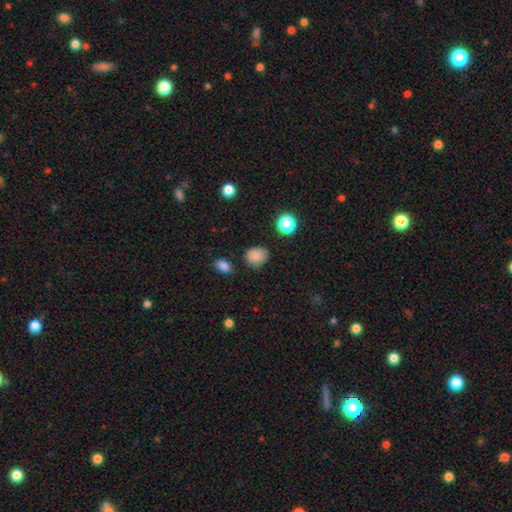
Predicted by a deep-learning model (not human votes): Smooth or featured: smooth — 84% (star or artifact — 12%)
How rounded: round — 62% (in between — 37%)
Merging: none — 77% (minor disturbance — 17%)